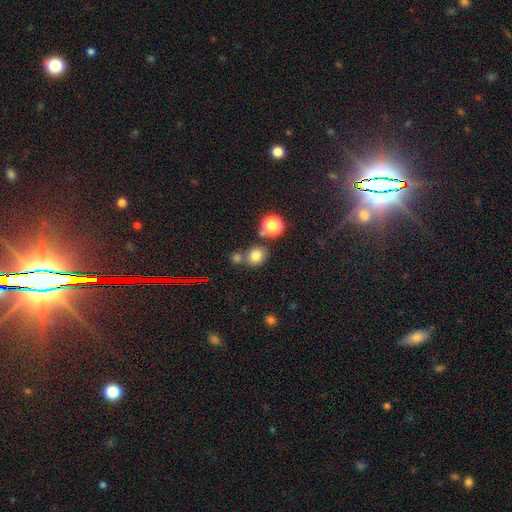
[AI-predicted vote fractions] smooth-or-featured: smooth: 76% | star or artifact: 16% | featured or disk: 8%
  how-rounded: round: 75% | in between: 24% | cigar-shaped: 1%
  merging: none: 65% | merger: 21% | minor disturbance: 10% | major disturbance: 4%